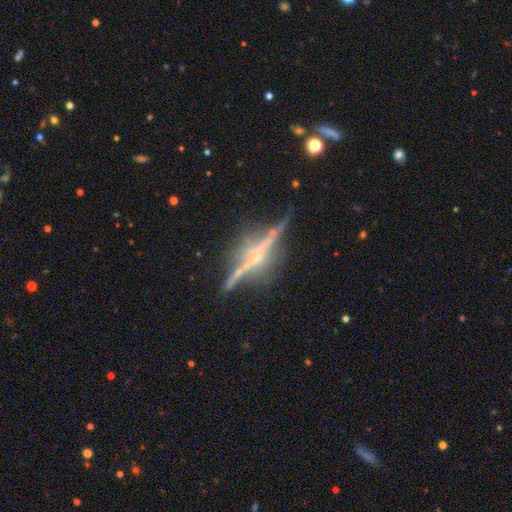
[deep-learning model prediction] Smooth or featured?
  - featured or disk: 84% *
  - star or artifact: 9%
  - smooth: 7%
Edge-on disk?
  - yes: 95% *
  - no: 5%
Edge-on bulge?
  - rounded: 76% *
  - none: 16%
  - boxy: 8%
Merging?
  - none: 77% *
  - minor disturbance: 14%
  - major disturbance: 5%
  - merger: 4%